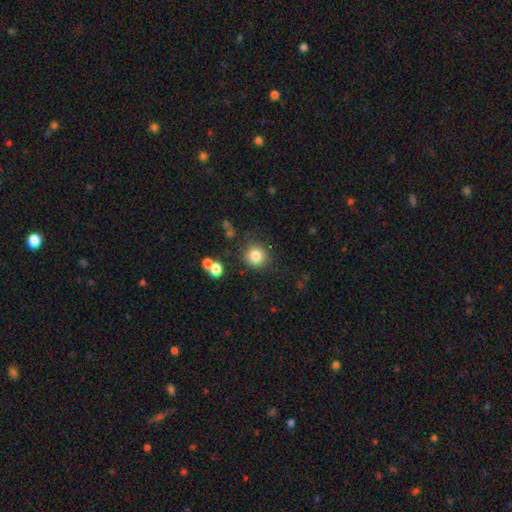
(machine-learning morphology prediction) This is clearly a smooth galaxy (83%). How rounded: clearly round (93%). Merging: clearly none (84%).